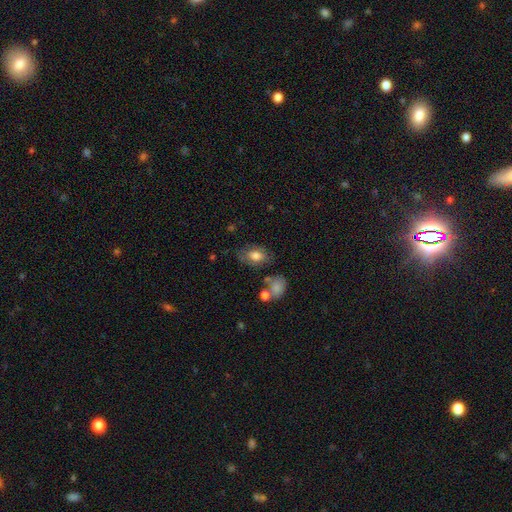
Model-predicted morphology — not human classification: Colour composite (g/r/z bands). It shows a smooth galaxy with no disk features (70%) that is in between round and cigar-shaped (87%). Merging: none (66%).